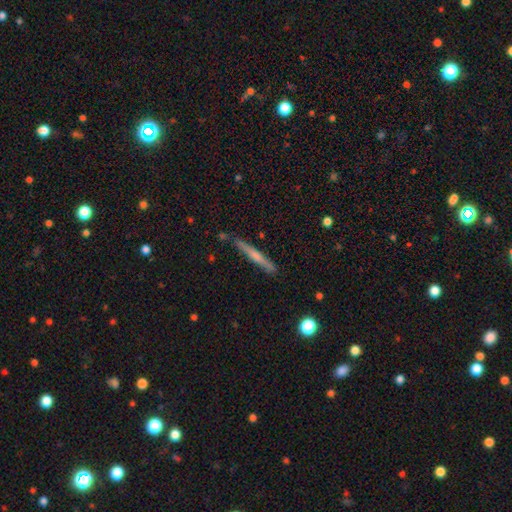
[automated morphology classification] Smooth or featured? Predicted: featured or disk (p=0.48). Merging? Predicted: none (p=0.87).